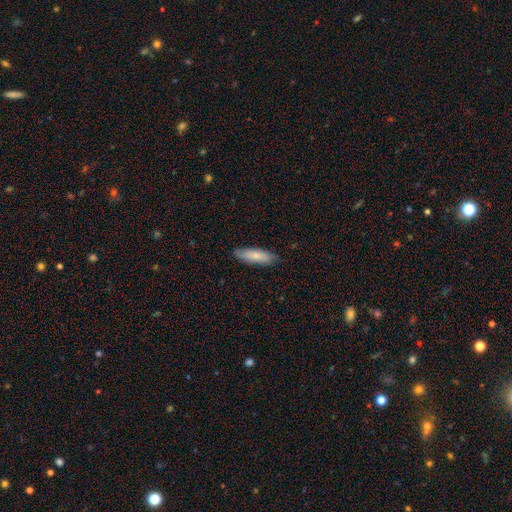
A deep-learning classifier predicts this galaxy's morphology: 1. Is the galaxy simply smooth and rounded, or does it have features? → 79% smooth, 15% featured or disk, 5% star or artifact.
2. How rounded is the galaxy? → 54% cigar-shaped, 45% in between, 2% round.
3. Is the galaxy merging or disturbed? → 85% none, 12% minor disturbance, 2% major disturbance, 1% merger.